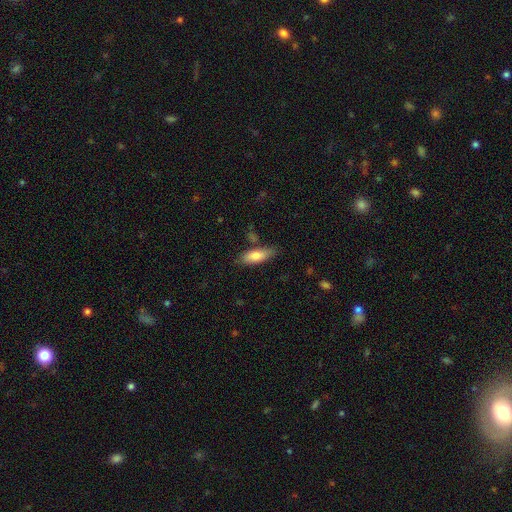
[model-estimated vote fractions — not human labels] Smooth or featured? smooth (79%)
How rounded? in between (64%)
Merging? none (76%)